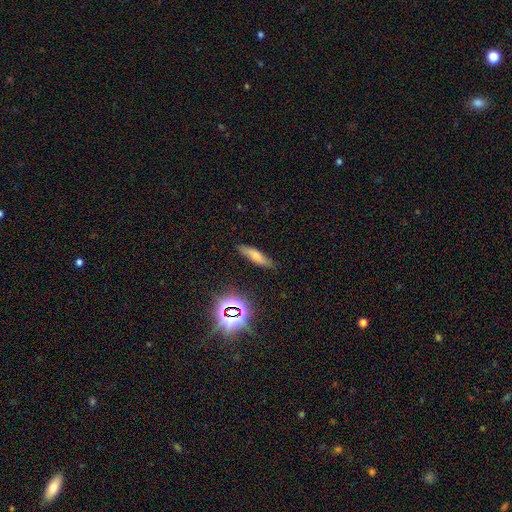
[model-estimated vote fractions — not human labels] smooth-or-featured: smooth: 68% | featured or disk: 18% | star or artifact: 14%
  how-rounded: cigar-shaped: 69% | in between: 28% | round: 3%
  merging: none: 82% | minor disturbance: 13% | major disturbance: 3% | merger: 2%